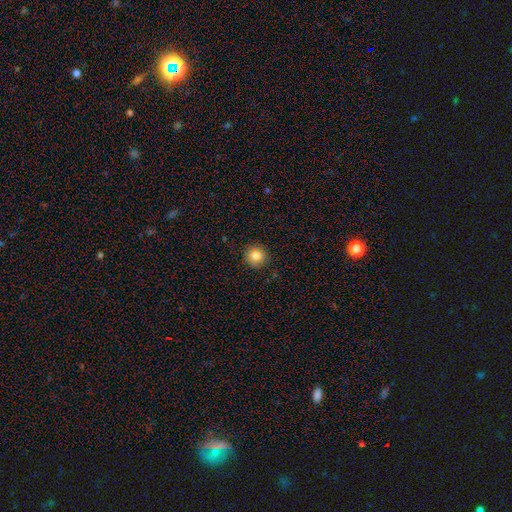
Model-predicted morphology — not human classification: A smooth galaxy with no disk features (85%) that is round (93%). Merging: none (90%).